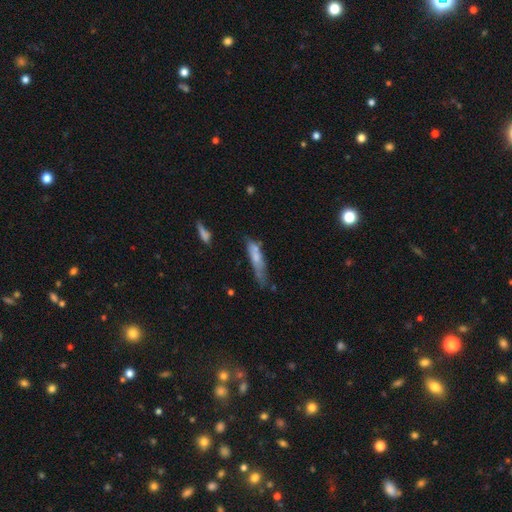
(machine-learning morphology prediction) Smooth or featured? Predicted: smooth (p=0.60). How rounded? Predicted: cigar-shaped (p=0.73). Merging? Predicted: none (p=0.36).